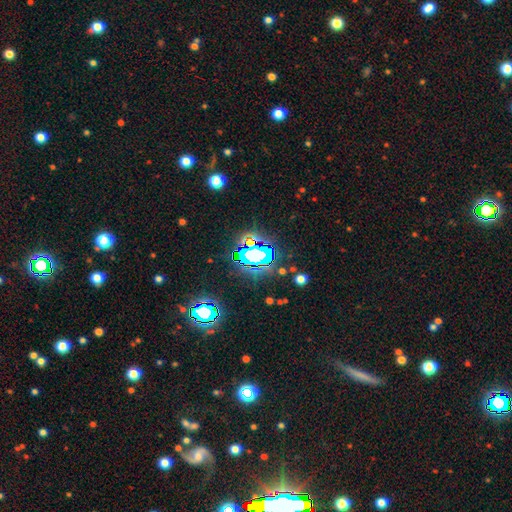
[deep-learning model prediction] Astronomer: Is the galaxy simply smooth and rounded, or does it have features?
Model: star or artifact — 65%.